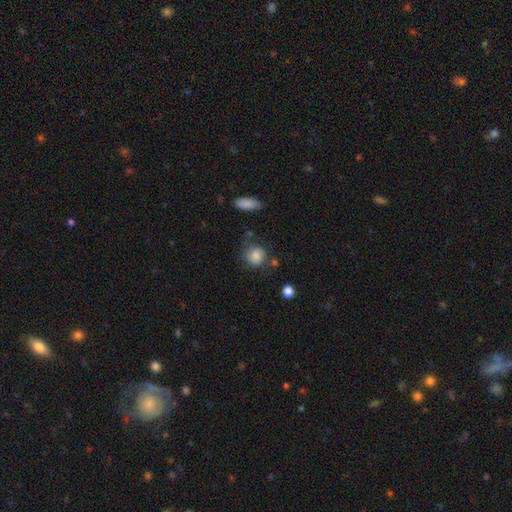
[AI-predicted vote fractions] This appears to be a smooth galaxy with no disk features (72%) that is round (73%). Merging: none (55%).